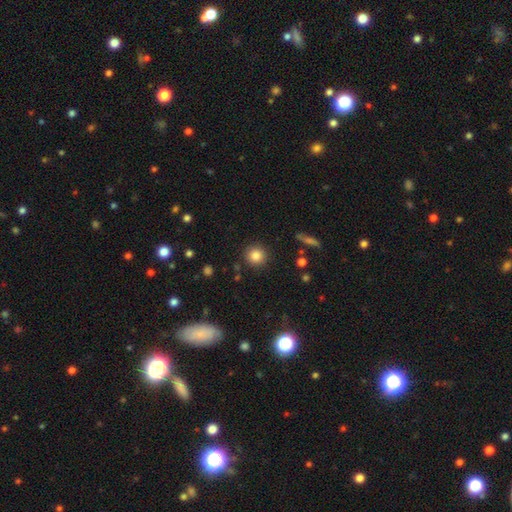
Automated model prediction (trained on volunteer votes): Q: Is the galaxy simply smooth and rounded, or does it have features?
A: smooth — 84%.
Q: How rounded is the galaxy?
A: round — 92%.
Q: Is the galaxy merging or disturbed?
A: none — 89%.